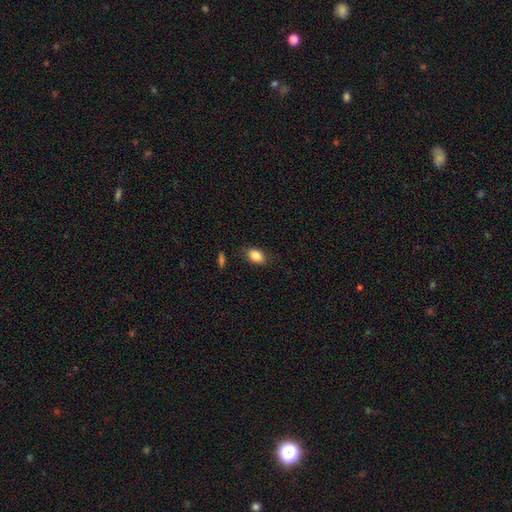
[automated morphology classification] Q: Smooth or featured?
A: smooth (86%); runner-up: star or artifact (8%)
Q: How rounded?
A: in between (82%); runner-up: round (17%)
Q: Merging?
A: none (80%); runner-up: minor disturbance (14%)